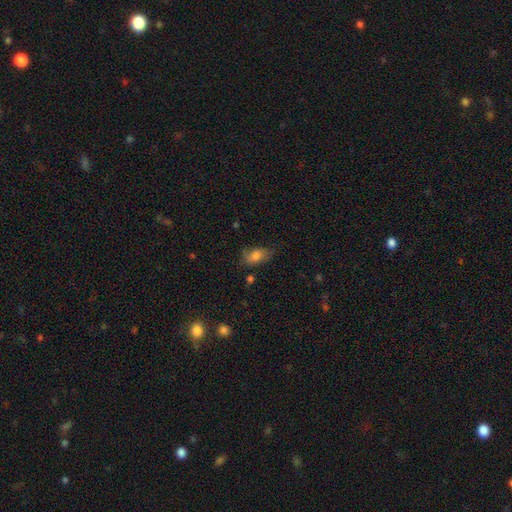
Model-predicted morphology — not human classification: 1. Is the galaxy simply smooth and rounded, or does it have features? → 75% smooth, 15% featured or disk, 10% star or artifact.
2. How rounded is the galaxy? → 87% in between, 9% round, 4% cigar-shaped.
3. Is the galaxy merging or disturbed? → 61% none, 27% minor disturbance, 9% major disturbance, 3% merger.